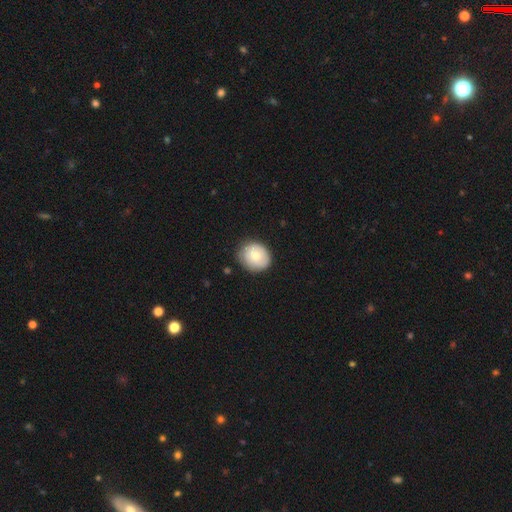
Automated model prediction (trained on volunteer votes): Smooth or featured? smooth (70%)
How rounded? round (74%)
Merging? none (80%)